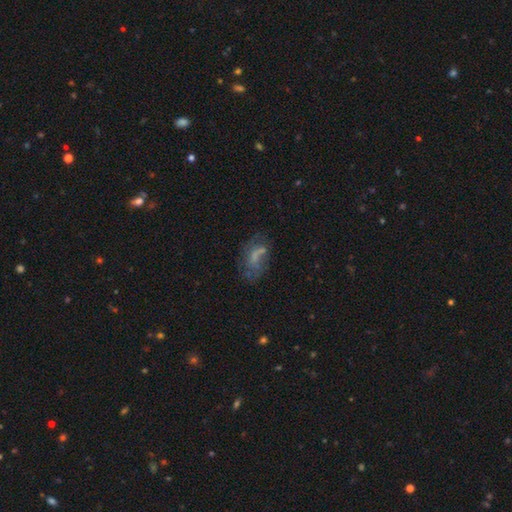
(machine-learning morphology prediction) smooth 46%, featured or disk 40%, star or artifact 14%. Down the decision tree: merging — none (40%).